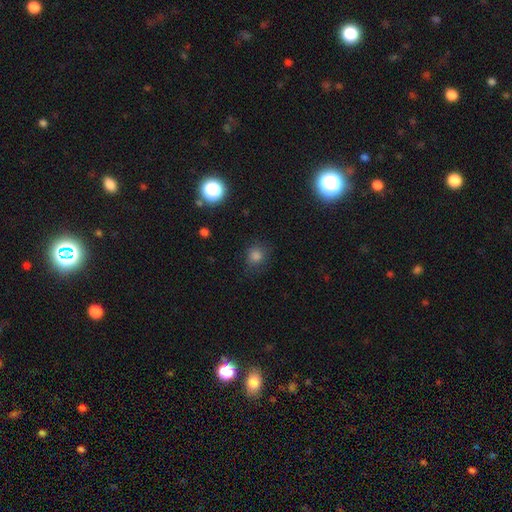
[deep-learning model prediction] Smooth or featured?
  - smooth: 78% *
  - star or artifact: 17%
  - featured or disk: 5%
How rounded?
  - round: 81% *
  - in between: 17%
  - cigar-shaped: 1%
Merging?
  - none: 78% *
  - minor disturbance: 15%
  - major disturbance: 5%
  - merger: 1%